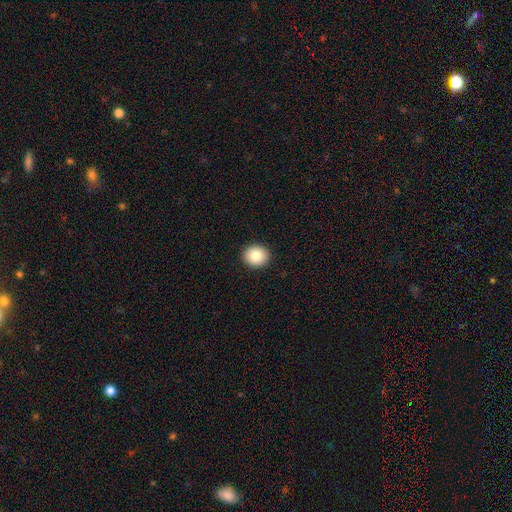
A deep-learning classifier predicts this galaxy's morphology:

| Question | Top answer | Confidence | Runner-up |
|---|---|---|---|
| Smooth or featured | smooth | 83% | star or artifact (9%) |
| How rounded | round | 83% | in between (16%) |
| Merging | none | 93% | minor disturbance (5%) |